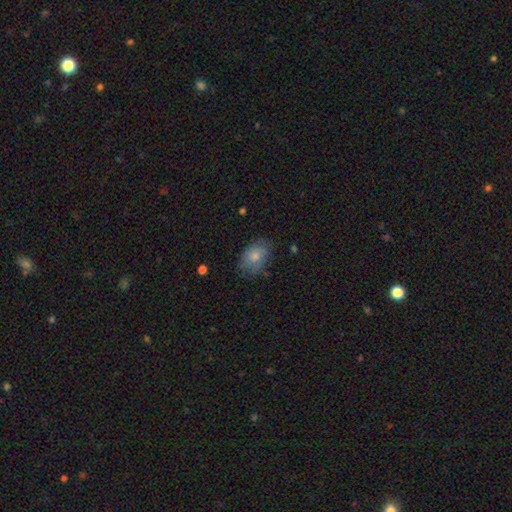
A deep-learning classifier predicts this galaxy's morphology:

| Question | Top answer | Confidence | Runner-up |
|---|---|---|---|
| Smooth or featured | smooth | 74% | featured or disk (17%) |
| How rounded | in between | 80% | round (19%) |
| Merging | none | 73% | minor disturbance (21%) |